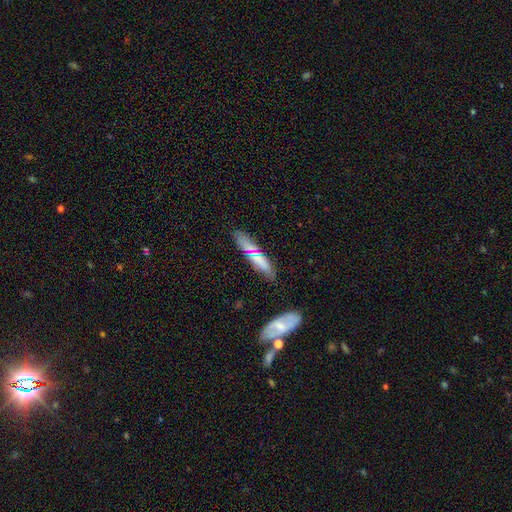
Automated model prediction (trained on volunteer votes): smooth-or-featured: smooth: 60% | featured or disk: 31% | star or artifact: 10%
  how-rounded: cigar-shaped: 76% | in between: 21% | round: 3%
  merging: none: 75% | minor disturbance: 15% | merger: 6% | major disturbance: 4%